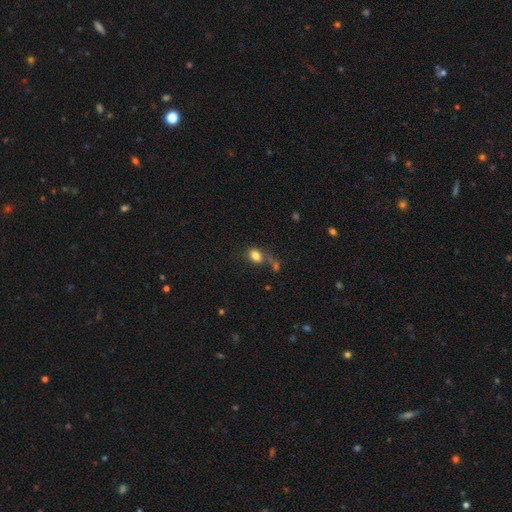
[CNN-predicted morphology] smooth 80%, star or artifact 11%, featured or disk 9%. Down the decision tree: how rounded — in between (72%); merging — none (49%).